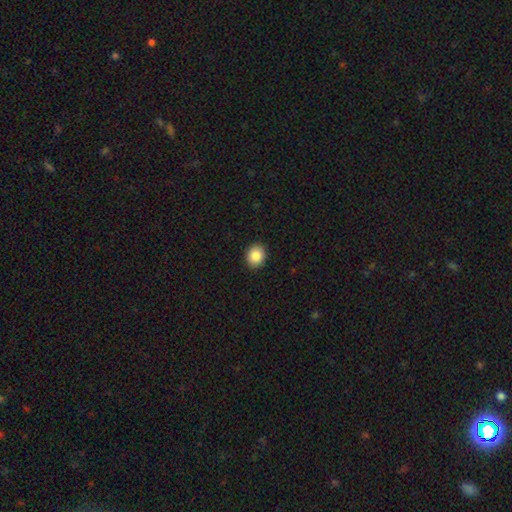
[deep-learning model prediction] This appears to be a smooth galaxy with no disk features (87%) that is round (71%). Merging: none (92%).